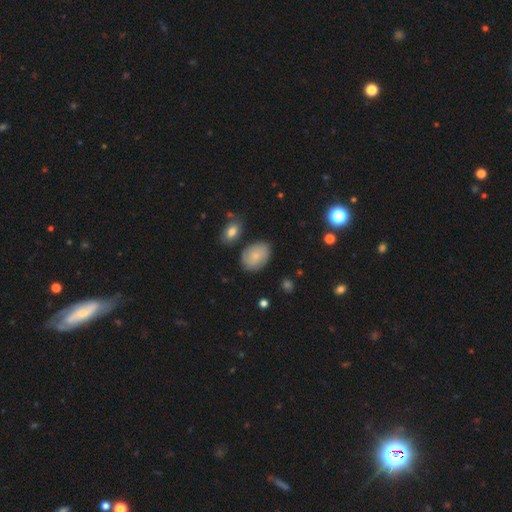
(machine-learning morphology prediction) A smooth galaxy with no disk features (66%) that is in between round and cigar-shaped (80%). Merging: none (73%).